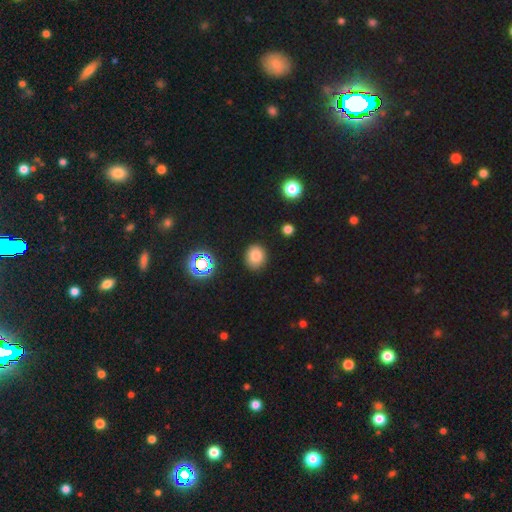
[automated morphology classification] smooth_or_featured: smooth (p=0.79) [alt: star or artifact p=0.14]
how_rounded: round (p=0.72) [alt: in between p=0.27]
merging: none (p=0.87) [alt: minor disturbance p=0.09]